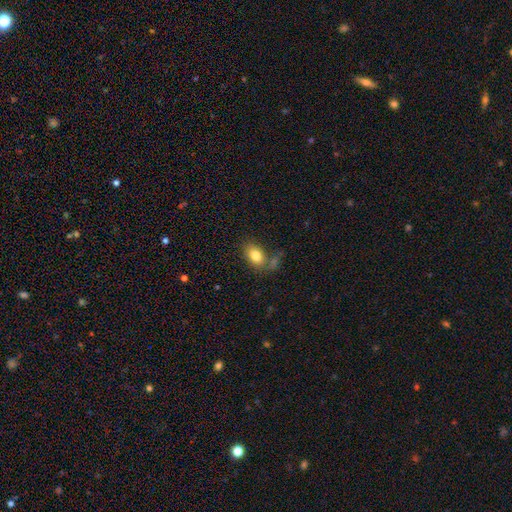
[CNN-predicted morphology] smooth-or-featured: smooth: 81% | featured or disk: 11% | star or artifact: 9%
  how-rounded: in between: 82% | round: 16% | cigar-shaped: 2%
  merging: none: 59% | merger: 17% | minor disturbance: 16% | major disturbance: 7%